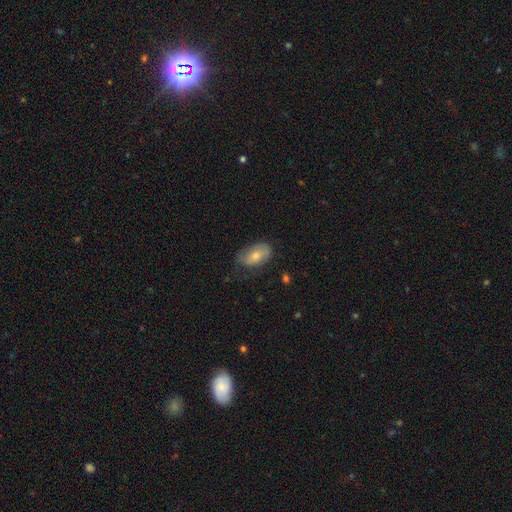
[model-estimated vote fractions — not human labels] Smooth or featured? Predicted: smooth (p=0.55). How rounded? Predicted: in between (p=0.90). Merging? Predicted: none (p=0.62).